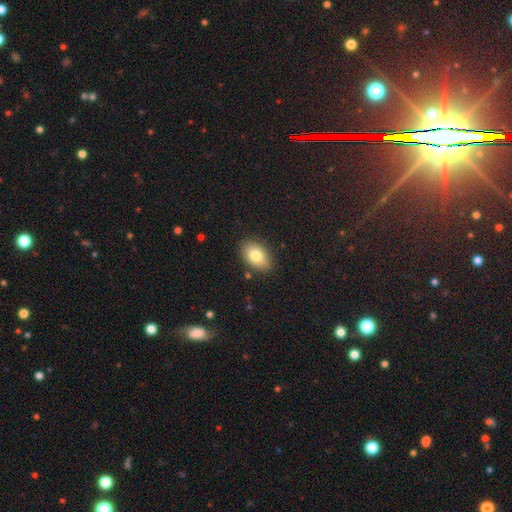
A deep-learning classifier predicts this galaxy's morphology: A smooth galaxy with no disk features (79%) that is in between round and cigar-shaped (88%).

Vote fractions:
- Smooth or featured? smooth: 79% / featured or disk: 13% / star or artifact: 8%
- How rounded? in between: 88% / round: 11% / cigar-shaped: 1%
- Merging? none: 84% / minor disturbance: 12% / major disturbance: 2% / merger: 2%